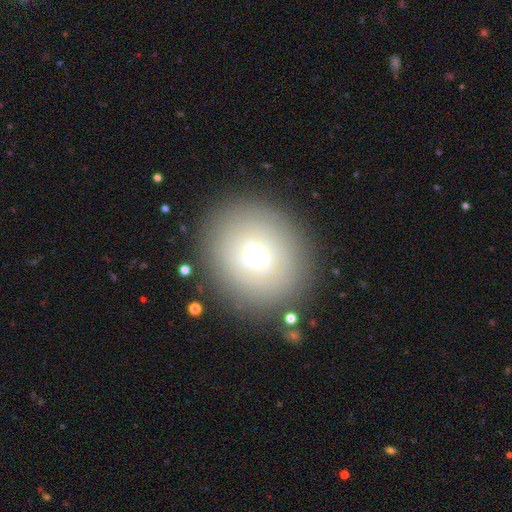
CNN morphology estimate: The model was most divided on "smooth or featured": smooth: 64%, featured or disk: 22%, star or artifact: 14%. More confident: merging — none (85%); how rounded — round (81%).